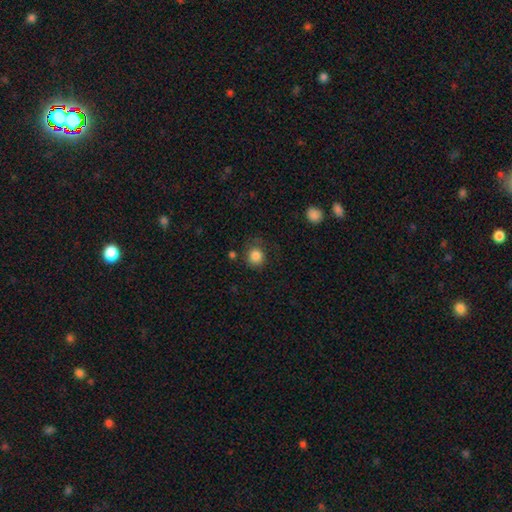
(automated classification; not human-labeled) This is clearly a smooth galaxy (84%). How rounded: clearly round (87%). Merging: likely none (73%).